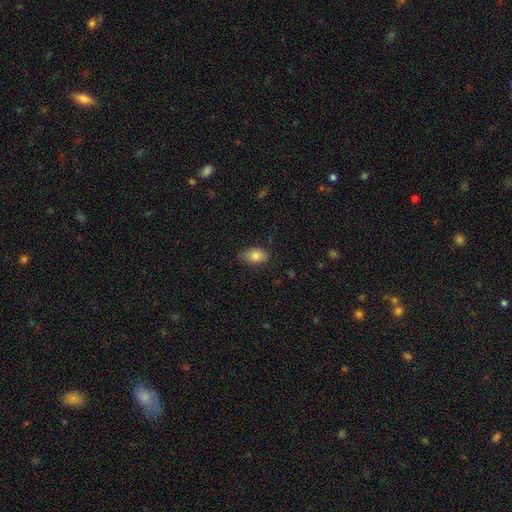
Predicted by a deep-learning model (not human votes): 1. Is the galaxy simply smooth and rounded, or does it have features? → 83% smooth, 9% featured or disk, 8% star or artifact.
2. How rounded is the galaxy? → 88% in between, 10% round, 2% cigar-shaped.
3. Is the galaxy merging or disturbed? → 79% none, 17% minor disturbance, 3% major disturbance, 1% merger.